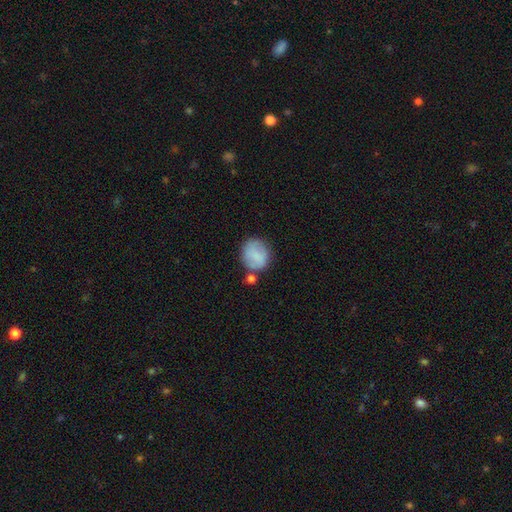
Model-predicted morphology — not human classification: Smooth or featured? Predicted: smooth (p=0.80). How rounded? Predicted: round (p=0.80). Merging? Predicted: none (p=0.64).